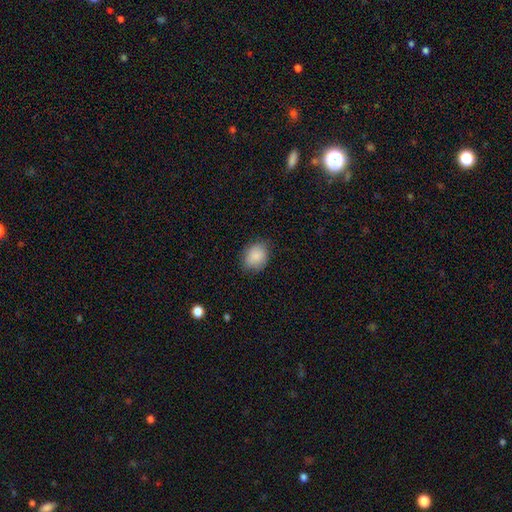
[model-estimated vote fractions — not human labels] Smooth or featured?
  - smooth: 87% *
  - star or artifact: 7%
  - featured or disk: 6%
How rounded?
  - in between: 53% *
  - round: 46%
  - cigar-shaped: 1%
Merging?
  - none: 79% *
  - minor disturbance: 16%
  - major disturbance: 4%
  - merger: 1%